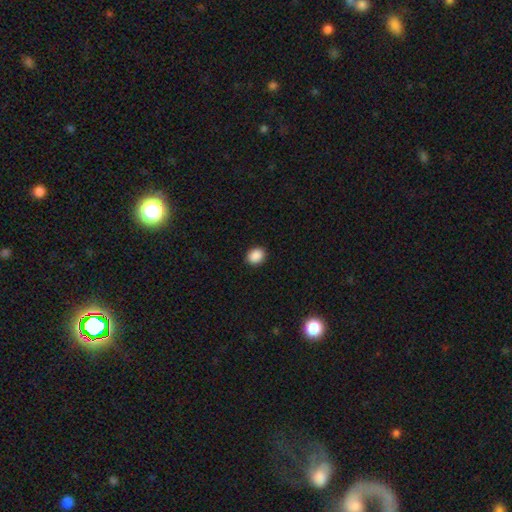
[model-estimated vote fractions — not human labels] This appears to be a smooth galaxy with no disk features (89%) that is round (57%). Merging: none (91%).